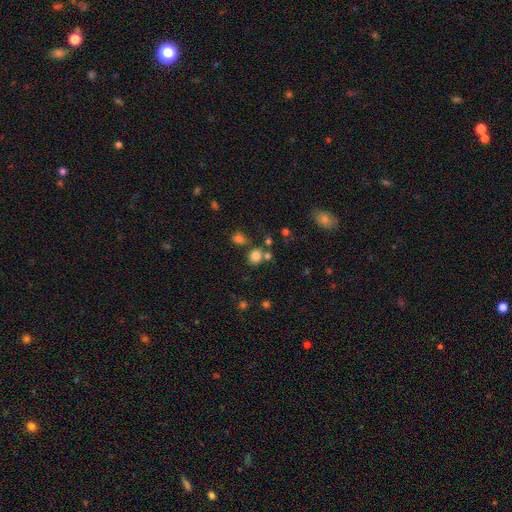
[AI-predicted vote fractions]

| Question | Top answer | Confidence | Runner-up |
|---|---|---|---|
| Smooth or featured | smooth | 79% | star or artifact (15%) |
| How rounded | round | 63% | in between (36%) |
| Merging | none | 65% | merger (19%) |